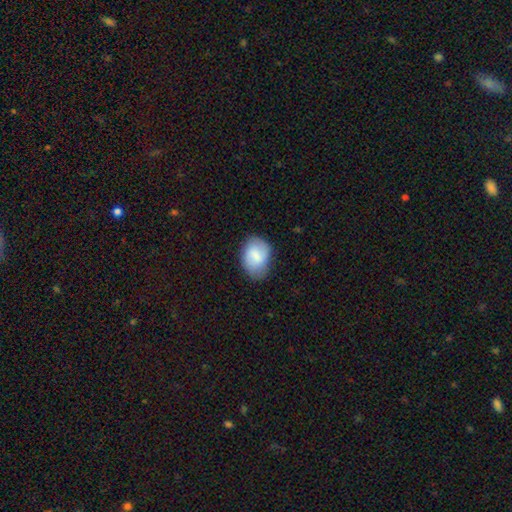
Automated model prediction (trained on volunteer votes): A smooth galaxy with no disk features (75%) that is in between round and cigar-shaped (75%). Merging: none (66%).